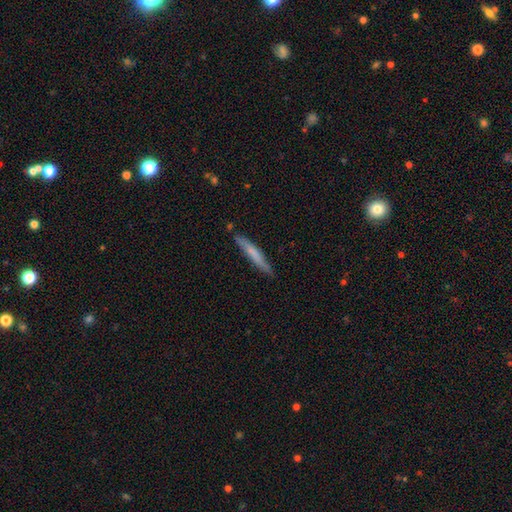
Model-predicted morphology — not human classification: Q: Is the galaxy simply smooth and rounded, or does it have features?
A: smooth — 58%.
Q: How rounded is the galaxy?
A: cigar-shaped — 95%.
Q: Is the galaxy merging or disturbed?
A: none — 85%.